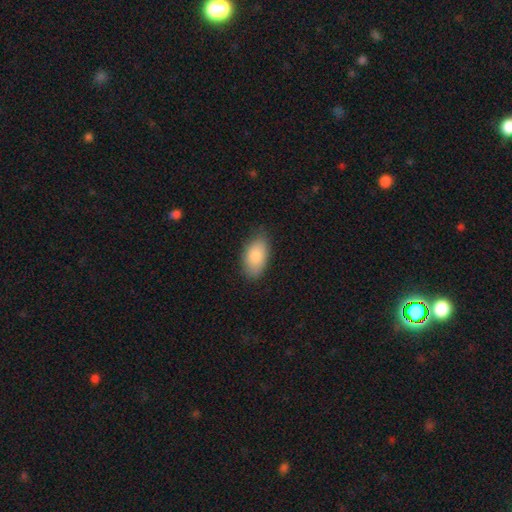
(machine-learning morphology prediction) type=smooth (83%); roundness=in between (93%); merging=none (77%).